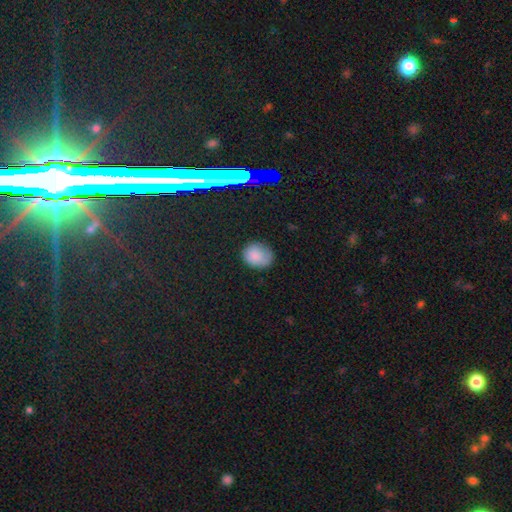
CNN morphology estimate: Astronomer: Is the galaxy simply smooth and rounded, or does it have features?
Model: smooth — 82%.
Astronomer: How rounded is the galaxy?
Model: round — 64%.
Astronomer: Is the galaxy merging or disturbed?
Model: none — 72%.